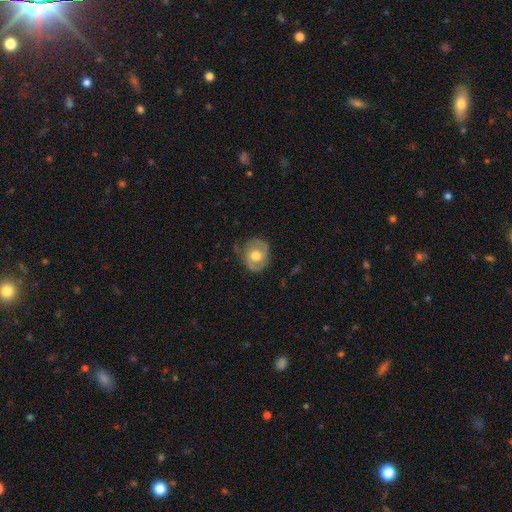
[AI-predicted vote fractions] smooth 49%, featured or disk 44%, star or artifact 7%. Down the decision tree: merging — none (63%).